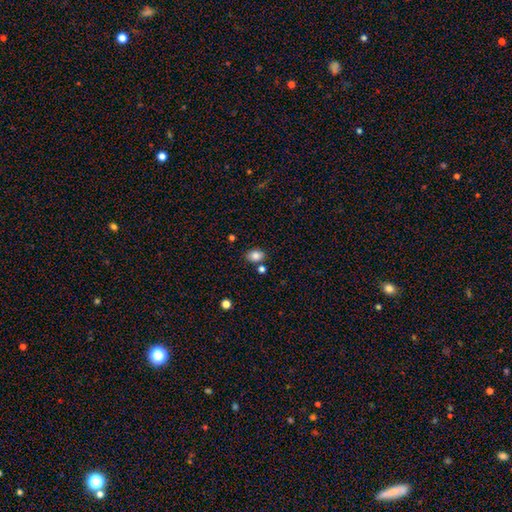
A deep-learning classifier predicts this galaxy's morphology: Smooth or featured?
  - smooth: 83% *
  - star or artifact: 10%
  - featured or disk: 7%
How rounded?
  - in between: 71% *
  - round: 28%
  - cigar-shaped: 1%
Merging?
  - none: 77% *
  - minor disturbance: 12%
  - merger: 8%
  - major disturbance: 3%